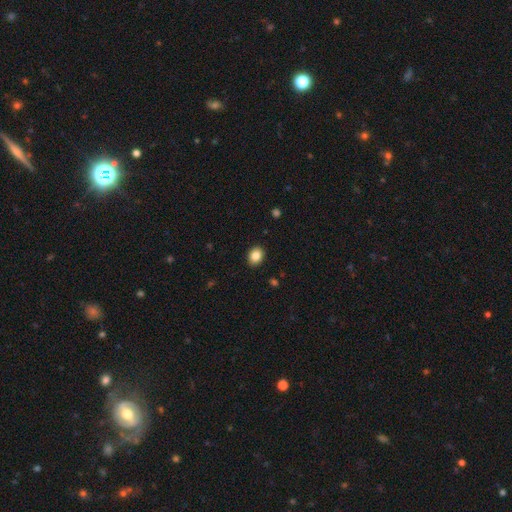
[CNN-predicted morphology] This appears to be a smooth galaxy with no disk features (86%) that is in between round and cigar-shaped (53%). Merging: none (90%).